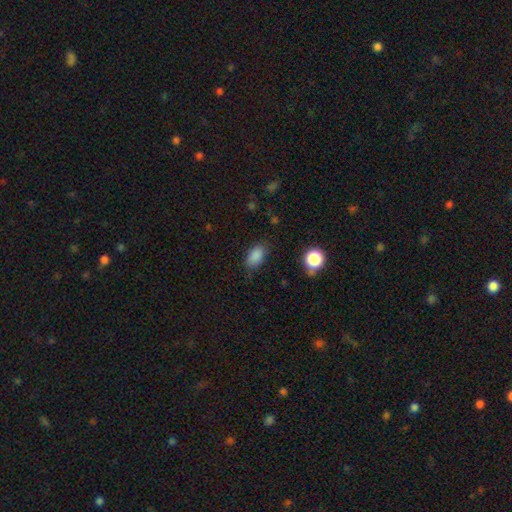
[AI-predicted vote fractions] smooth 86%, star or artifact 10%, featured or disk 4%. Down the decision tree: how rounded — in between (88%); merging — none (78%).